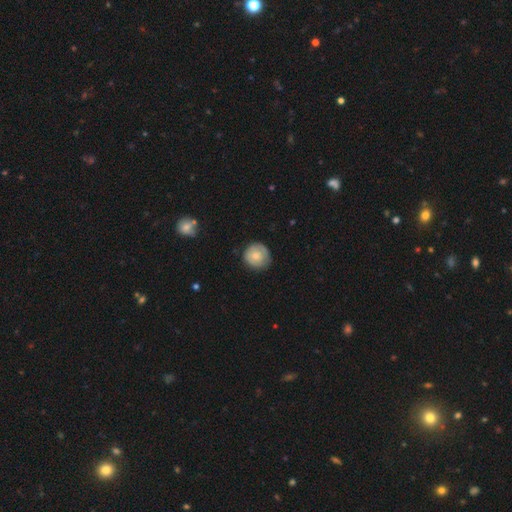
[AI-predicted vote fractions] Smooth or featured? Predicted: smooth (p=0.68). How rounded? Predicted: round (p=0.91). Merging? Predicted: none (p=0.77).